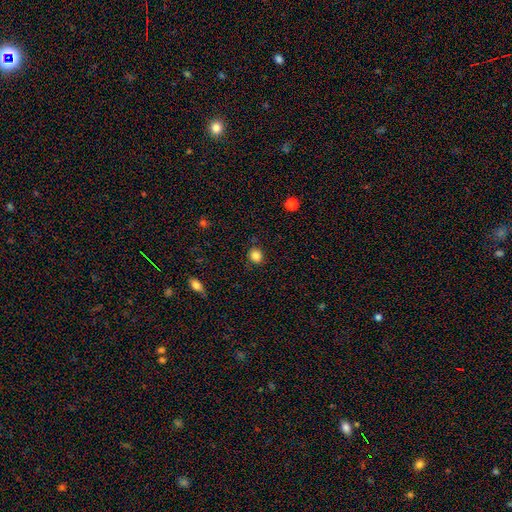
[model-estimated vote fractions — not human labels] A smooth galaxy with no disk features (85%) that is round (78%).

Vote fractions:
- Smooth or featured? smooth: 85% / star or artifact: 11% / featured or disk: 5%
- How rounded? round: 78% / in between: 21% / cigar-shaped: 1%
- Merging? none: 83% / minor disturbance: 12% / major disturbance: 3% / merger: 2%